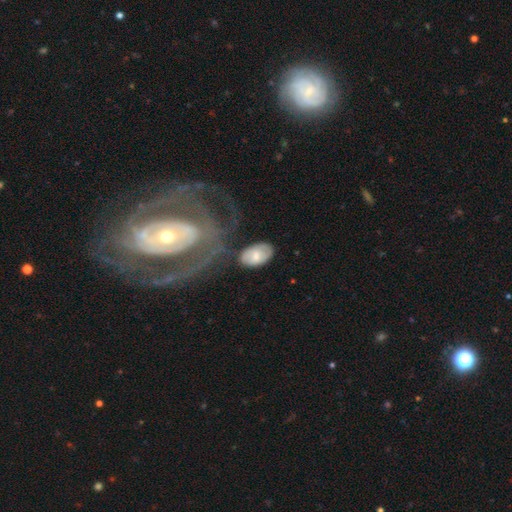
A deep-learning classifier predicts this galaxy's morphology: A smooth galaxy with no disk features (61%) that is in between round and cigar-shaped (92%). Merging: none (65%).